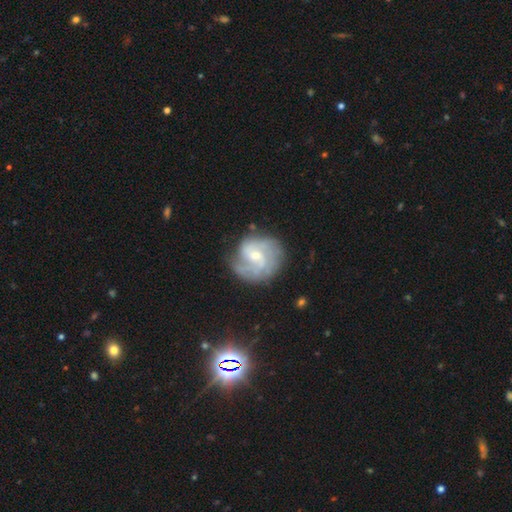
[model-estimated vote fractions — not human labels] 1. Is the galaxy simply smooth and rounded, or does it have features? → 78% featured or disk, 16% smooth, 6% star or artifact.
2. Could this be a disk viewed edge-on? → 98% no, 2% yes.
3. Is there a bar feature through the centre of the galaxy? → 46% weak (tied), 46% no (tied), 8% strong.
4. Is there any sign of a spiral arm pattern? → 92% yes, 8% no.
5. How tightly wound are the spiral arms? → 45% medium, 33% tight, 22% loose.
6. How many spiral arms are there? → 40% 2, 24% can't tell, 20% 3, 7% 1, 5% 4, 4% more than 4.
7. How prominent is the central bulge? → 59% small, 35% moderate, 3% none, 2% large, 1% dominant.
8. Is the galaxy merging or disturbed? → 66% none, 20% minor disturbance, 12% major disturbance, 2% merger.